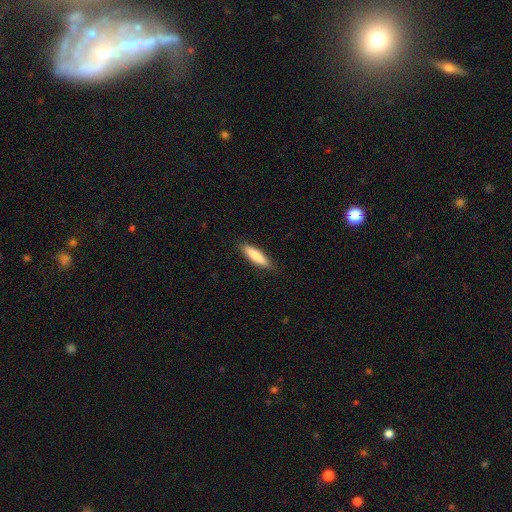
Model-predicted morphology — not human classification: Overall: smooth (84%). How rounded: cigar-shaped (71%). Merging: none (87%).